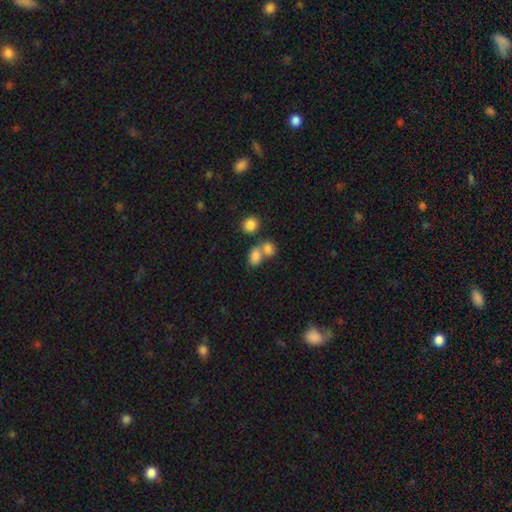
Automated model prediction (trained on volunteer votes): A smooth galaxy with no disk features (80%) that is in between round and cigar-shaped (64%).

Vote fractions:
- Smooth or featured? smooth: 80% / star or artifact: 11% / featured or disk: 9%
- How rounded? in between: 64% / round: 35% / cigar-shaped: 1%
- Merging? merger: 52% / none: 34% / minor disturbance: 9% / major disturbance: 5%